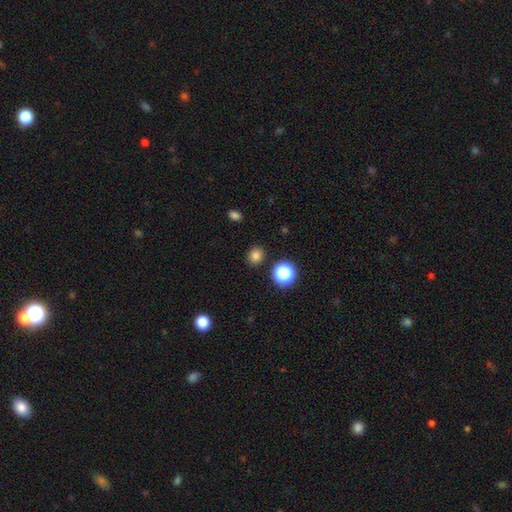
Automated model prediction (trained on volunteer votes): Smooth or featured?
  - smooth: 79% *
  - star or artifact: 16%
  - featured or disk: 5%
How rounded?
  - round: 75% *
  - in between: 24%
  - cigar-shaped: 1%
Merging?
  - none: 88% *
  - minor disturbance: 7%
  - merger: 2%
  - major disturbance: 2%